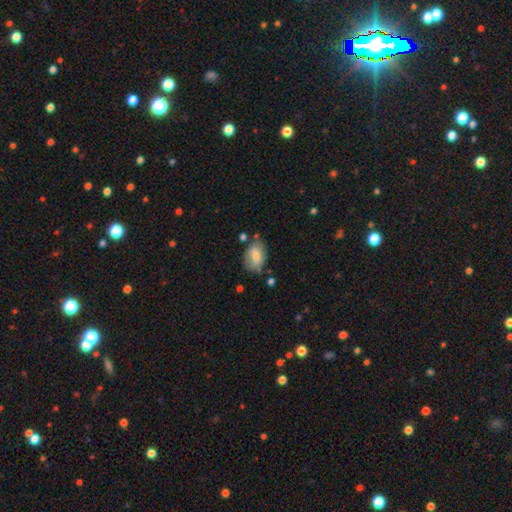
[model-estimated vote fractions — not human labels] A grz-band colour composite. It shows a smooth galaxy with no disk features (76%) that is in between round and cigar-shaped (81%). Merging: none (67%).